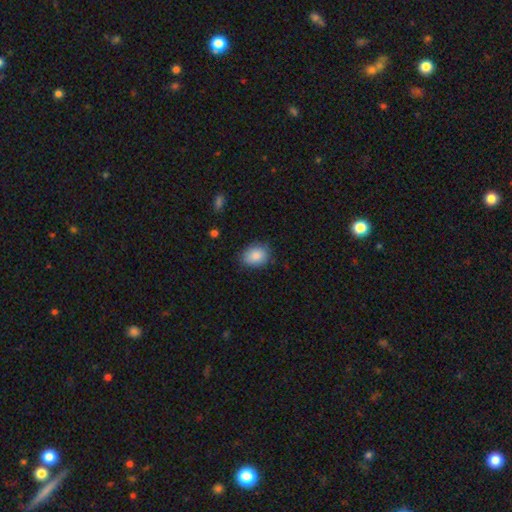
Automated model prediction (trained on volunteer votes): Smooth or featured: smooth — 87% (star or artifact — 7%)
How rounded: in between — 64% (round — 35%)
Merging: none — 82% (minor disturbance — 14%)